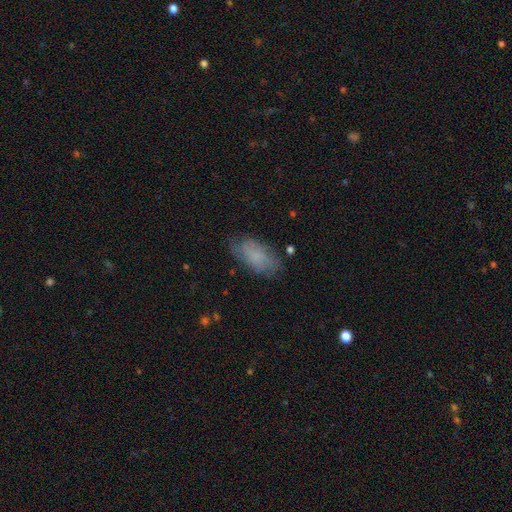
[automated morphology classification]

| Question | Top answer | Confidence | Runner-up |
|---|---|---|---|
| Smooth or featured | smooth | 65% | featured or disk (27%) |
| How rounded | in between | 90% | cigar-shaped (6%) |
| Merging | none | 69% | minor disturbance (23%) |